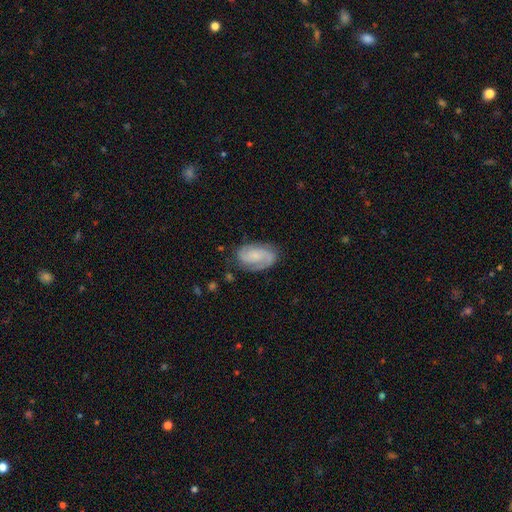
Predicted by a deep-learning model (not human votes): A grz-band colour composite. It shows a featured or disk galaxy (76%) with no bar (57%), 2 (81%) tight (45%) spiral arms (96%) and a small central bulge (47%). Merging: none (76%).